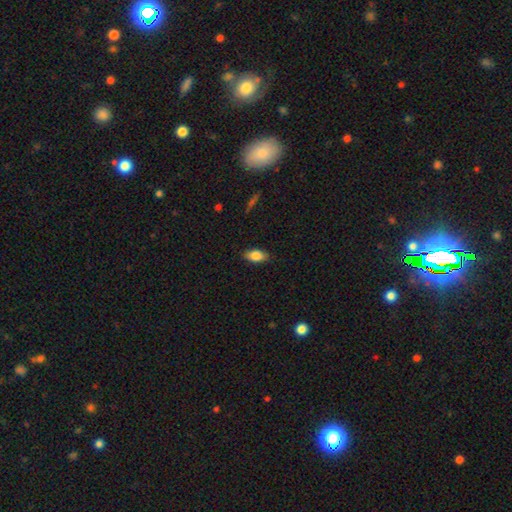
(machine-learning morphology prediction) The model was most divided on "smooth or featured": smooth: 83%, featured or disk: 10%, star or artifact: 7%. More confident: how rounded — in between (90%); merging — none (86%).